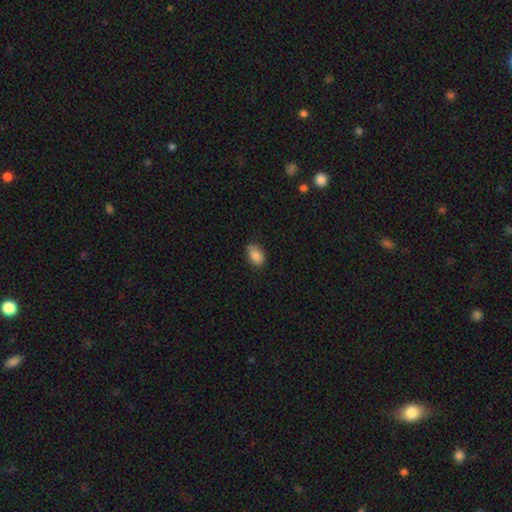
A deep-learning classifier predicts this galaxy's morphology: smooth_or_featured: smooth (p=0.86) [alt: star or artifact p=0.07]
how_rounded: in between (p=0.88) [alt: round p=0.10]
merging: none (p=0.72) [alt: minor disturbance p=0.23]